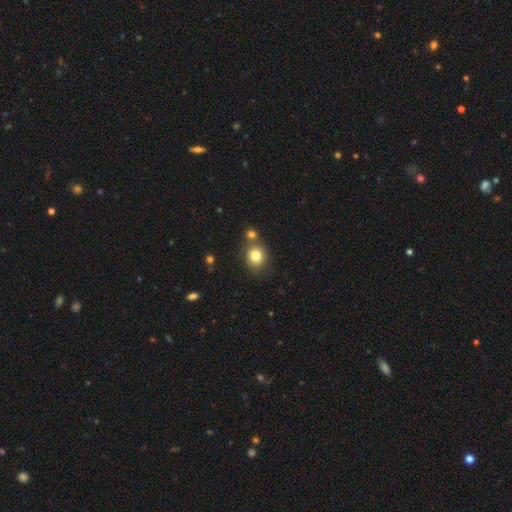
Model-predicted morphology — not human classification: The model was most divided on "merging": none: 63%, merger: 23%, minor disturbance: 11%, major disturbance: 3%. More confident: smooth or featured — smooth (81%); how rounded — round (72%).